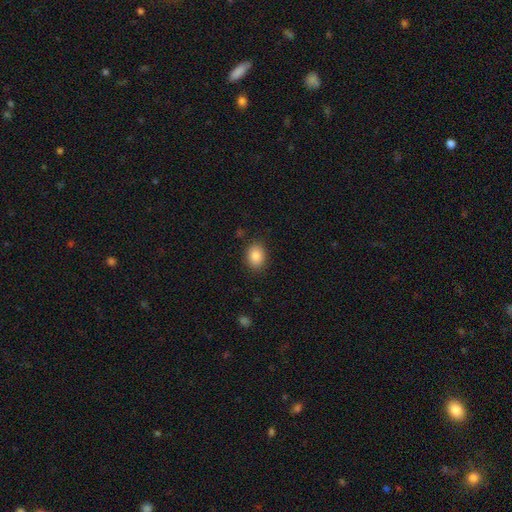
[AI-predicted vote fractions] Smooth or featured?
  - smooth: 87% *
  - star or artifact: 8%
  - featured or disk: 5%
How rounded?
  - in between: 61% *
  - round: 38%
  - cigar-shaped: 1%
Merging?
  - none: 86% *
  - minor disturbance: 10%
  - major disturbance: 3%
  - merger: 1%